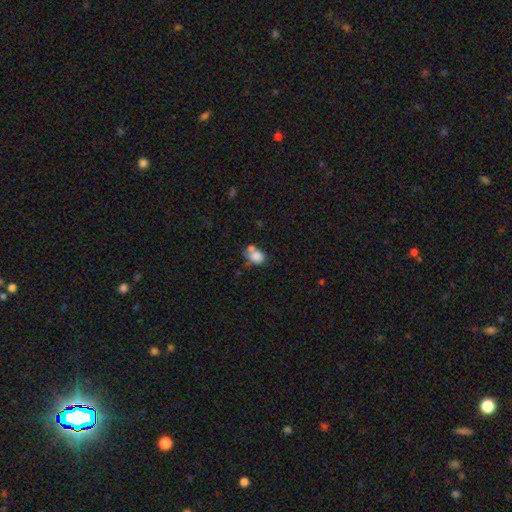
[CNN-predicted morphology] Smooth or featured: smooth — 80% (featured or disk — 10%)
How rounded: in between — 56% (round — 43%)
Merging: merger — 41% (none — 36%)